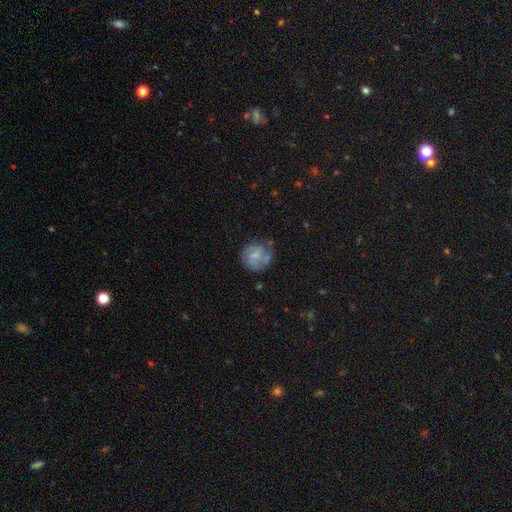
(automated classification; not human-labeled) This is possibly a featured or disk galaxy (48%). Merging: possibly none (60%).